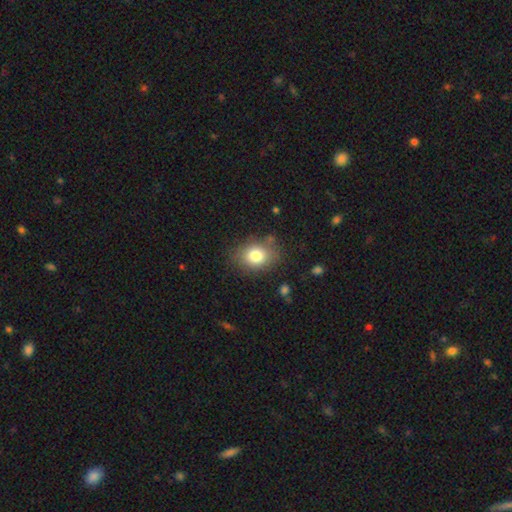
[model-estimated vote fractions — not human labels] A smooth galaxy with no disk features (80%) that is in between round and cigar-shaped (59%). Merging: none (78%).